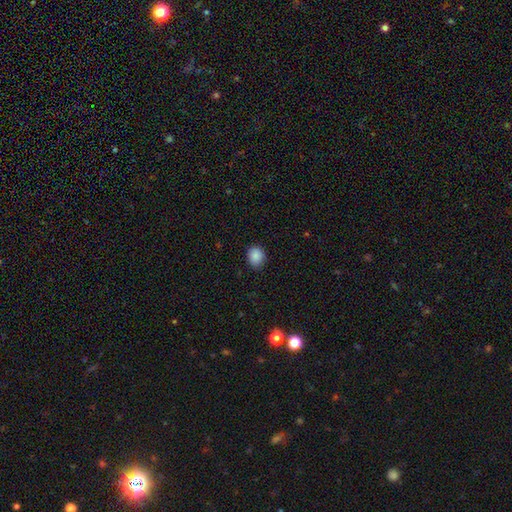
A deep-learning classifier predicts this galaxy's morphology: smooth-or-featured: smooth: 88% | star or artifact: 9% | featured or disk: 3%
  how-rounded: round: 62% | in between: 38% | cigar-shaped: 1%
  merging: none: 86% | minor disturbance: 11% | major disturbance: 2% | merger: 1%